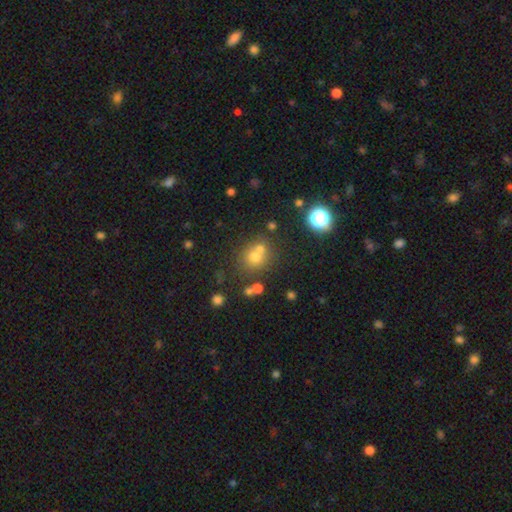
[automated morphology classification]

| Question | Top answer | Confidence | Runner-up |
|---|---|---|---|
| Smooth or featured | smooth | 62% | star or artifact (24%) |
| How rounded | round | 81% | in between (18%) |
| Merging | none | 53% | merger (35%) |